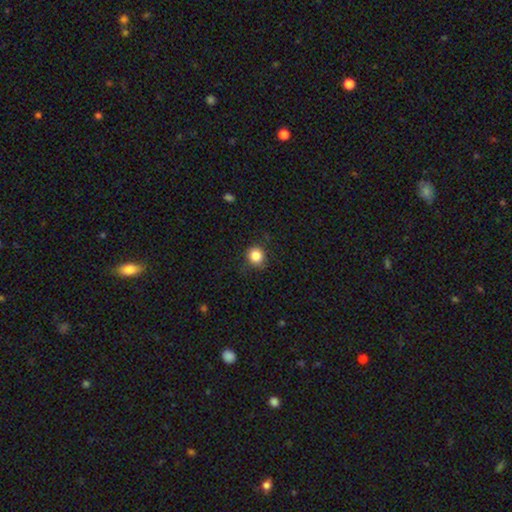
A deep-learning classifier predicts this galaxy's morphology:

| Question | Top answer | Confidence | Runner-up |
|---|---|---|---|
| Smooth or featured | smooth | 85% | star or artifact (10%) |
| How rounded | round | 86% | in between (13%) |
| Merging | none | 84% | minor disturbance (11%) |